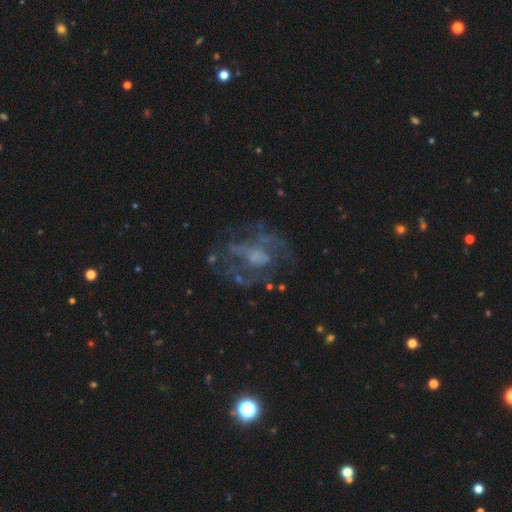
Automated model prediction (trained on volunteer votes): A featured or disk galaxy (74%) with no bar (67%), spiral arms (62%) and no central bulge (33%).

Vote fractions:
- Smooth or featured? featured or disk: 74% / star or artifact: 13% / smooth: 13%
- Edge-on disk? no: 97% / yes: 3%
- Bar? no: 67% / weak: 26% / strong: 7%
- Spiral arms? yes: 62% / no: 38%
- Bulge size? none: 33% / small: 32% / moderate: 27% / large: 7% / dominant: 2%
- Merging? none: 59% / major disturbance: 22% / minor disturbance: 16% / merger: 3%